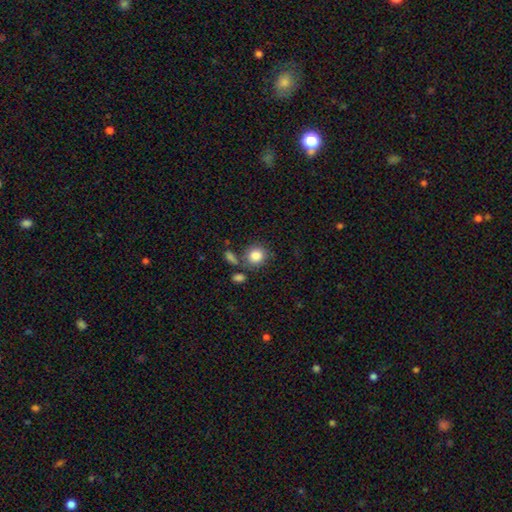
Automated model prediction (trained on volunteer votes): A smooth galaxy with no disk features (85%) that is round (82%). Merging: none (68%).